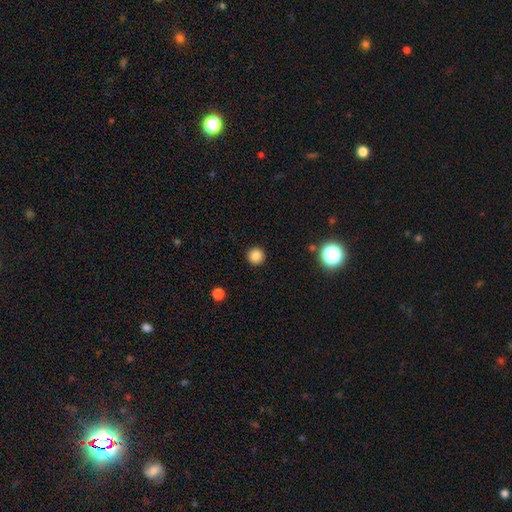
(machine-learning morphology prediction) Q: Smooth or featured?
A: smooth (84%); runner-up: star or artifact (12%)
Q: How rounded?
A: round (95%); runner-up: in between (4%)
Q: Merging?
A: none (92%); runner-up: minor disturbance (5%)